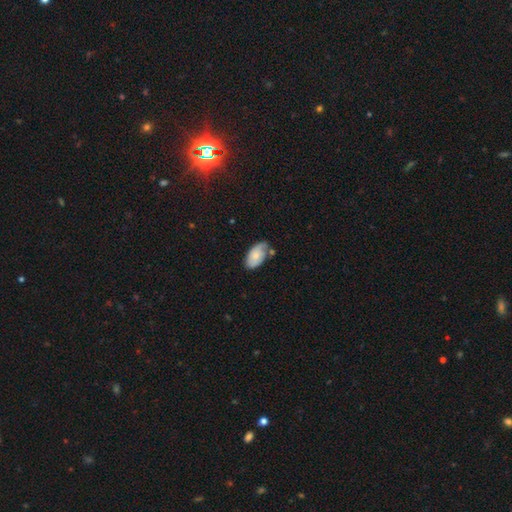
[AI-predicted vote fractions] smooth-or-featured: smooth: 58% | featured or disk: 35% | star or artifact: 7%
  how-rounded: in between: 94% | round: 4% | cigar-shaped: 2%
  merging: none: 50% | minor disturbance: 32% | major disturbance: 9% | merger: 9%